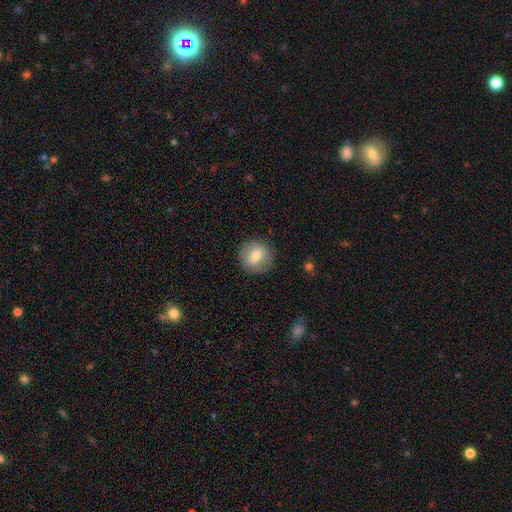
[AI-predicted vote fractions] Smooth or featured: smooth — 69% (featured or disk — 23%)
How rounded: round — 90% (in between — 9%)
Merging: none — 88% (minor disturbance — 8%)